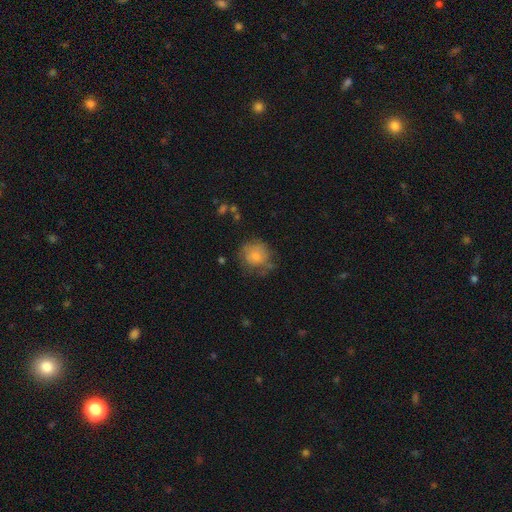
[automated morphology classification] This appears to be a smooth galaxy with no disk features (67%) that is round (84%). Merging: none (57%).